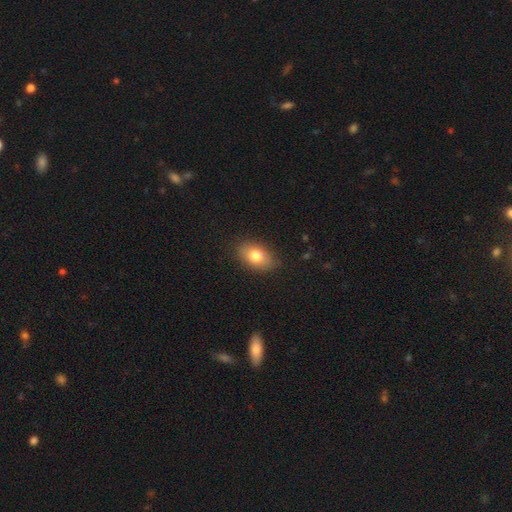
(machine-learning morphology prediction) smooth 78%, featured or disk 14%, star or artifact 8%. Down the decision tree: how rounded — in between (87%); merging — none (84%).